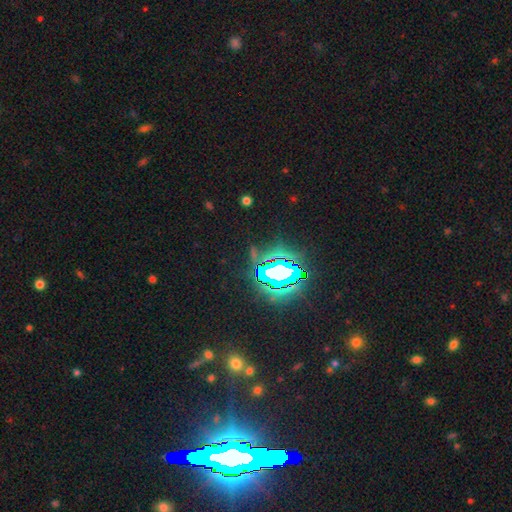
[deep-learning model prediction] Overall: star or artifact (78%).